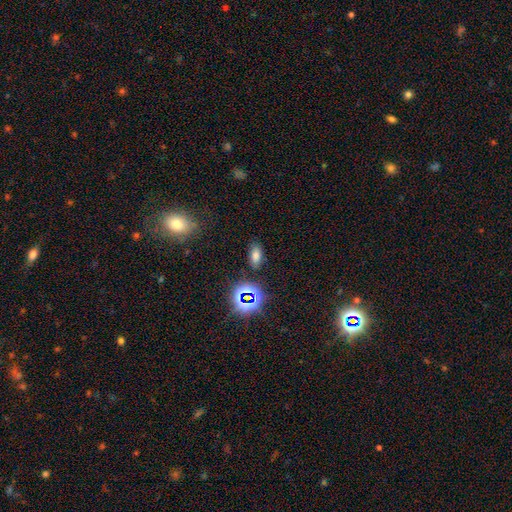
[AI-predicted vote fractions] This is likely a smooth galaxy (67%). How rounded: clearly in between (89%). Merging: clearly none (82%).